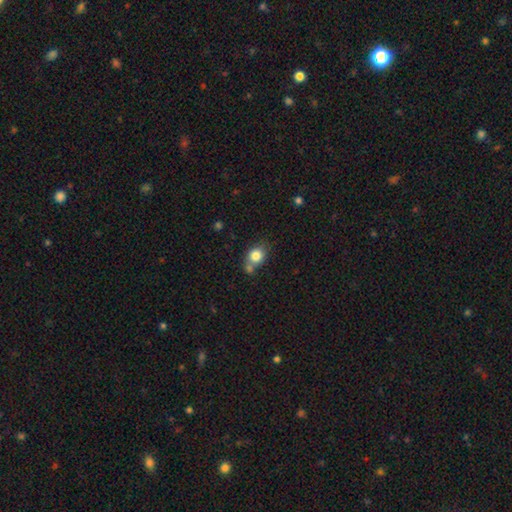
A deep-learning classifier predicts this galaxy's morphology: Q: Smooth or featured?
A: smooth (81%); runner-up: featured or disk (10%)
Q: How rounded?
A: round (58%); runner-up: in between (41%)
Q: Merging?
A: none (53%); runner-up: merger (24%)